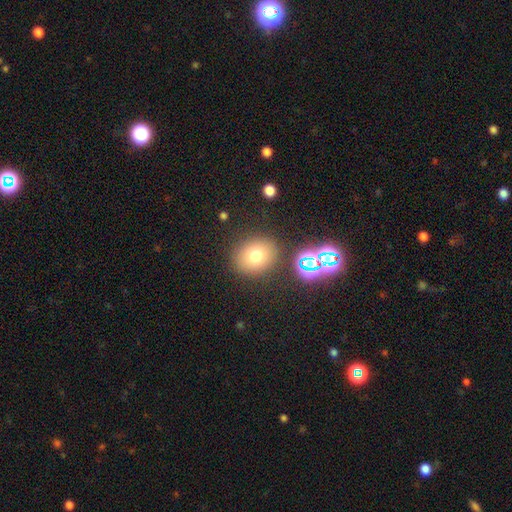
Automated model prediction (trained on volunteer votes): Q: Smooth or featured?
A: smooth (75%); runner-up: star or artifact (15%)
Q: How rounded?
A: round (69%); runner-up: in between (30%)
Q: Merging?
A: none (83%); runner-up: minor disturbance (9%)